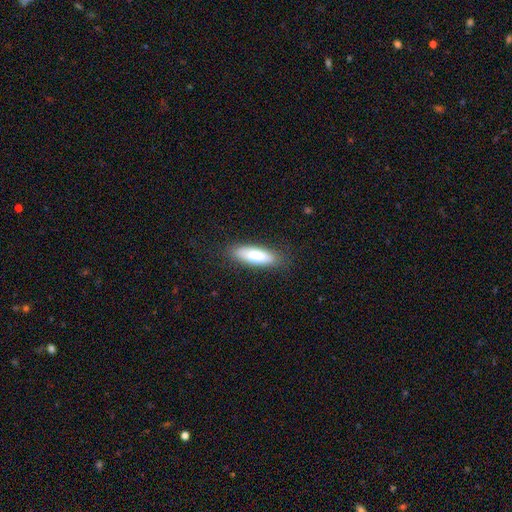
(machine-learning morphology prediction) This is clearly a smooth galaxy (81%). How rounded: possibly in between (51%). Merging: clearly none (85%).